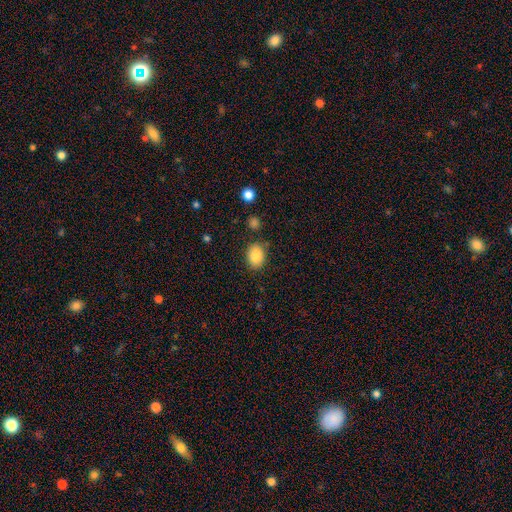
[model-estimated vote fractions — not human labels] smooth_or_featured: smooth (p=0.86) [alt: star or artifact p=0.08]
how_rounded: in between (p=0.67) [alt: round p=0.32]
merging: none (p=0.81) [alt: minor disturbance p=0.12]